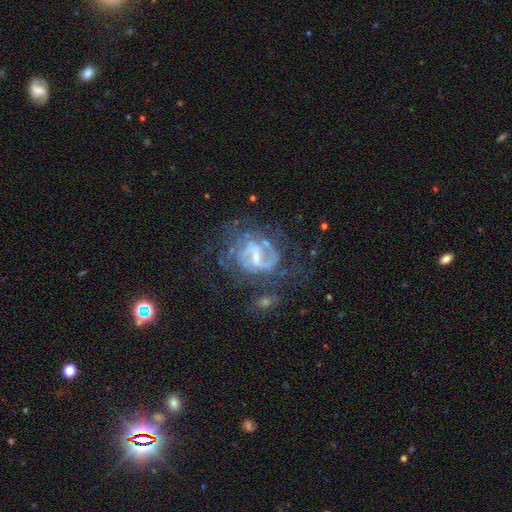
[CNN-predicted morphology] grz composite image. It shows a featured or disk galaxy (85%) with a weak bar (53%), 2 (60%) medium (46%) spiral arms (90%) and a small central bulge (60%). Merging: none (55%).